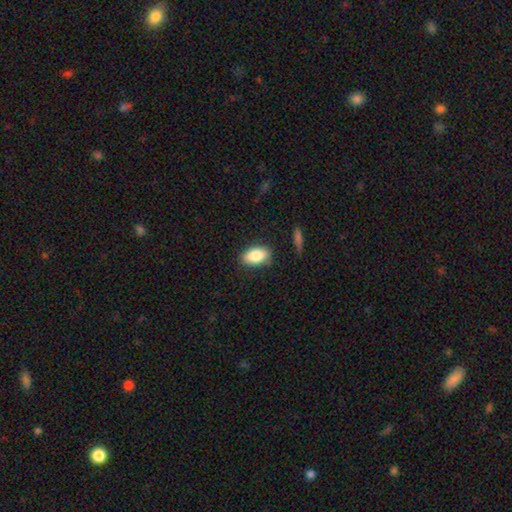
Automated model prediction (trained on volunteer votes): Q: Smooth or featured?
A: smooth (83%); runner-up: featured or disk (10%)
Q: How rounded?
A: in between (90%); runner-up: round (7%)
Q: Merging?
A: none (81%); runner-up: minor disturbance (13%)